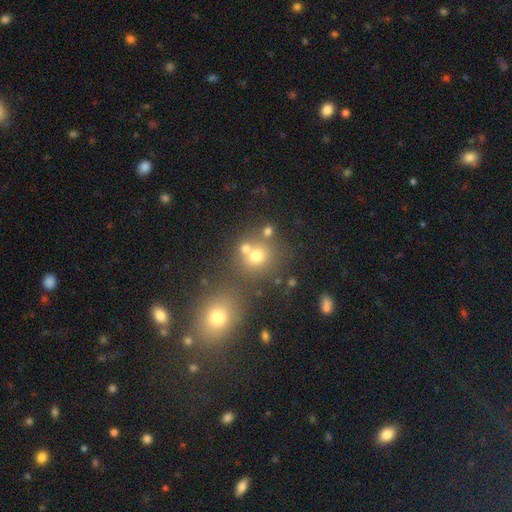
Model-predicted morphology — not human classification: Smooth or featured? Predicted: smooth (p=0.68). How rounded? Predicted: round (p=0.83). Merging? Predicted: none (p=0.58).